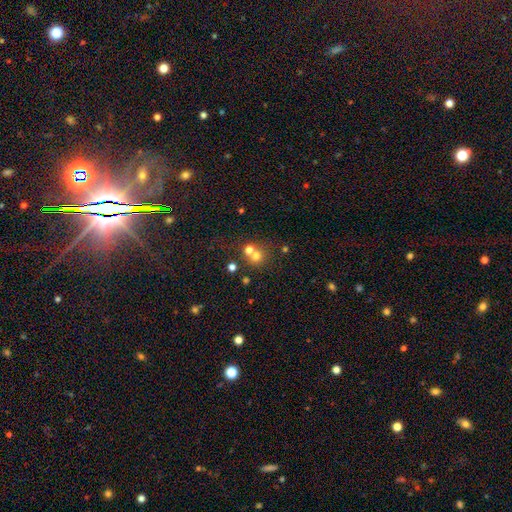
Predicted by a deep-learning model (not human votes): This appears to be a smooth galaxy with no disk features (67%) that is round (86%). Merging: none (48%).